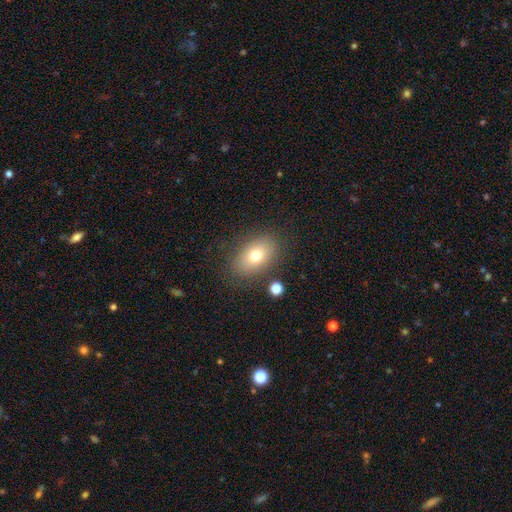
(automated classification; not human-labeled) smooth-or-featured: smooth: 73% | featured or disk: 16% | star or artifact: 10%
  how-rounded: in between: 86% | round: 12% | cigar-shaped: 2%
  merging: none: 82% | minor disturbance: 11% | major disturbance: 4% | merger: 3%